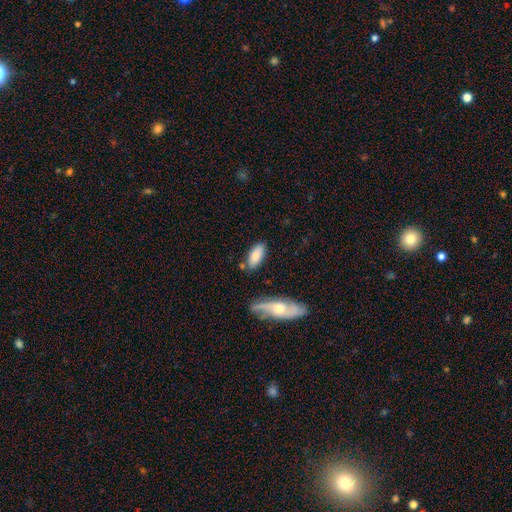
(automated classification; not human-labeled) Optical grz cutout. It shows a smooth galaxy with no disk features (80%) that is in between round and cigar-shaped (84%). Merging: none (73%).